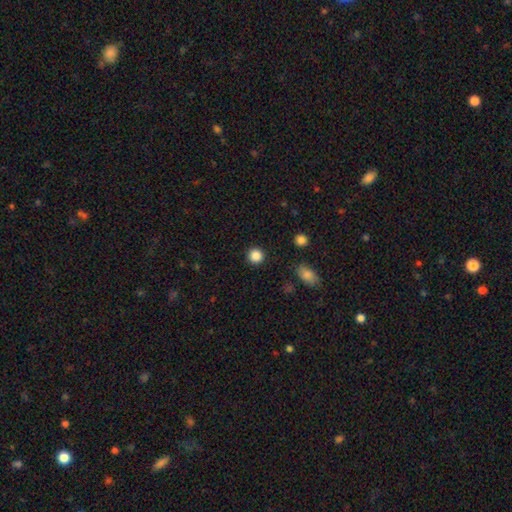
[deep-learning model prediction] Smooth or featured? Predicted: smooth (p=0.86). How rounded? Predicted: round (p=0.94). Merging? Predicted: none (p=0.91).